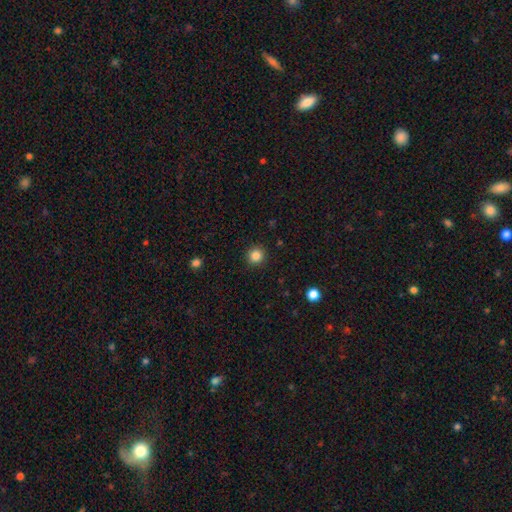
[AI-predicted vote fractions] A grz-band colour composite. It shows a smooth galaxy with no disk features (85%) that is round (94%). Merging: none (92%).